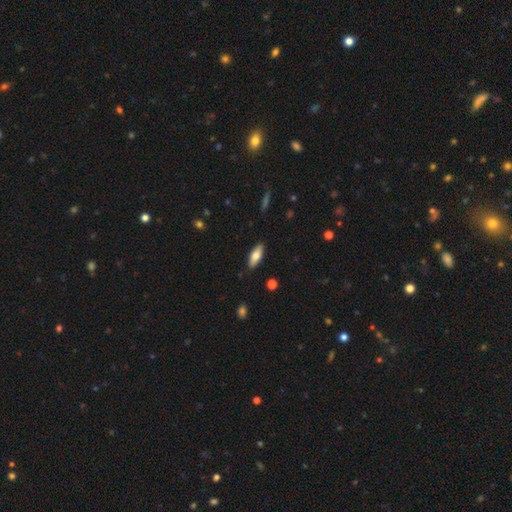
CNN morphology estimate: type=smooth (75%); roundness=in between (72%); merging=none (87%).